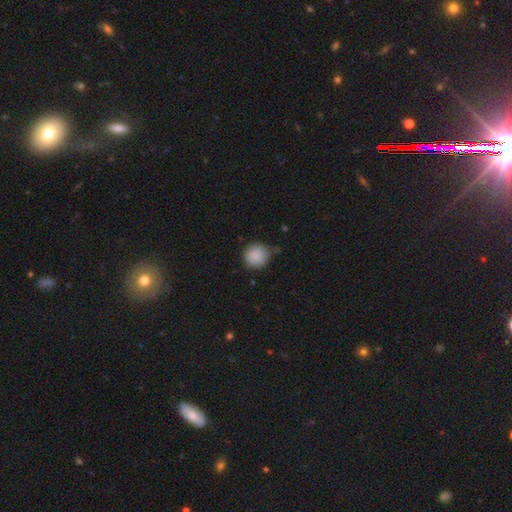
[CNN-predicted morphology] Smooth or featured? Predicted: smooth (p=0.88). How rounded? Predicted: round (p=0.92). Merging? Predicted: none (p=0.74).